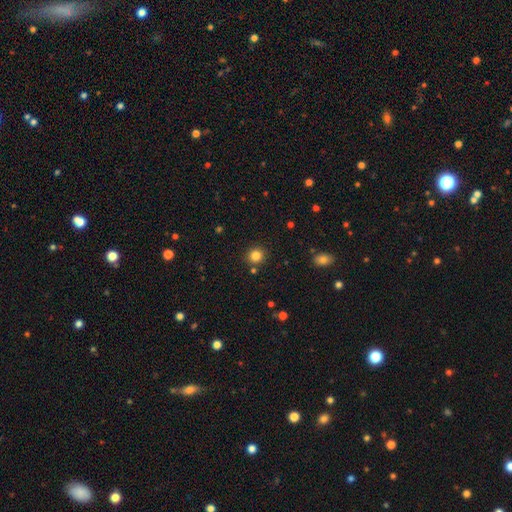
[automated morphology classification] type=smooth (82%); roundness=round (89%); merging=none (86%).